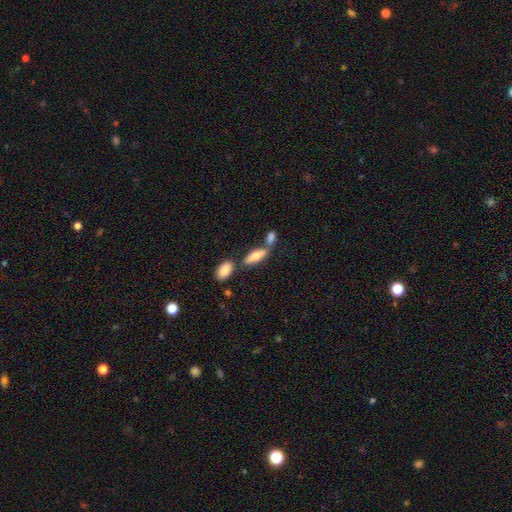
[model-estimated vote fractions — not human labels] The model was most divided on "how rounded": in between: 58%, cigar-shaped: 40%, round: 2%. More confident: smooth or featured — smooth (68%); merging — none (55%).